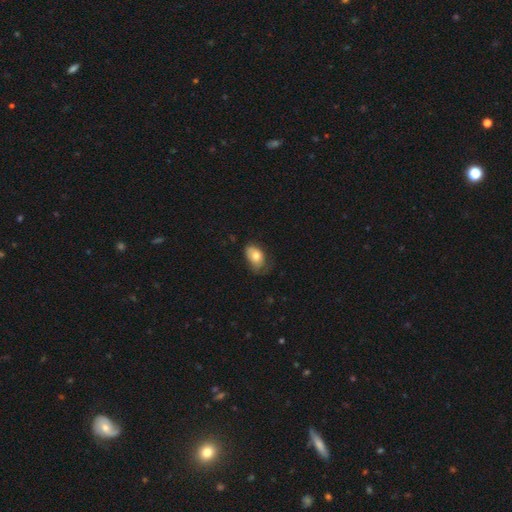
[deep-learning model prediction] The model was most divided on "merging": none: 47%, minor disturbance: 36%, major disturbance: 15%, merger: 2%. More confident: how rounded — in between (88%); smooth or featured — smooth (73%).